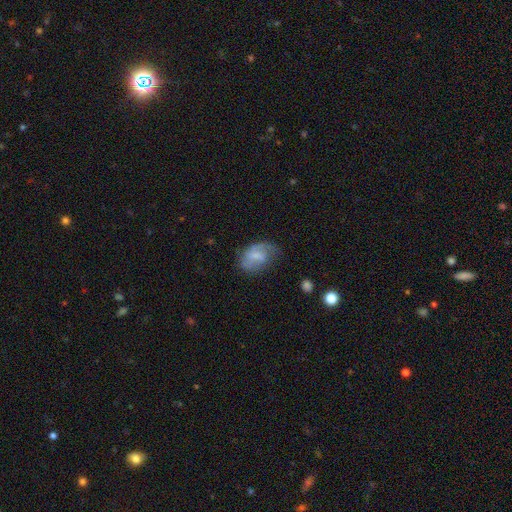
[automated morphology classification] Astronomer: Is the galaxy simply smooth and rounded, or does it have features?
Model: featured or disk — 49% (runner-up: smooth, 43%).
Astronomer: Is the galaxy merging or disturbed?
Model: none — 47% (runner-up: minor disturbance, 31%).